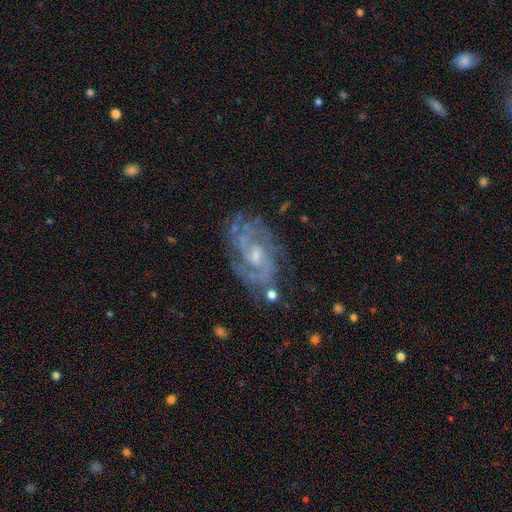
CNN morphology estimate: smooth-or-featured: featured or disk: 85% | smooth: 8% | star or artifact: 7%
  disk-edge-on: no: 96% | yes: 4%
    bar: no: 51% | weak: 42% | strong: 8%
    has-spiral-arms: yes: 95% | no: 5%
      spiral-winding: tight: 50% | medium: 41% | loose: 9%
      spiral-arm-count: 2: 46% | can't tell: 23% | 3: 17% | 4: 6% | 1: 4% | more than 4: 4%
    bulge-size: small: 47% | moderate: 44% | none: 5% | large: 2% | dominant: 1%
  merging: none: 71% | minor disturbance: 18% | major disturbance: 8% | merger: 3%